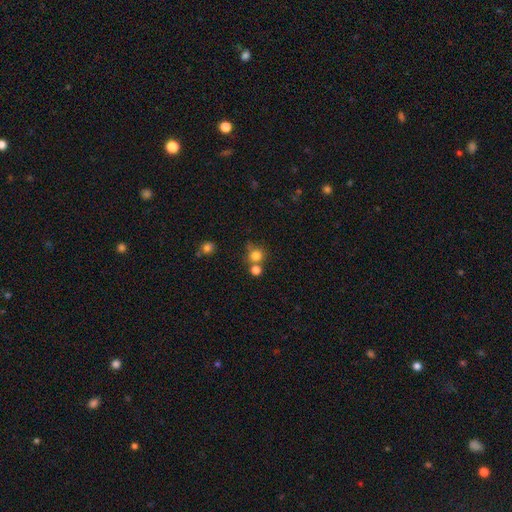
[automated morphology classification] smooth-or-featured: smooth: 79% | star or artifact: 14% | featured or disk: 8%
  how-rounded: round: 88% | in between: 11% | cigar-shaped: 1%
  merging: none: 58% | merger: 27% | minor disturbance: 11% | major disturbance: 5%